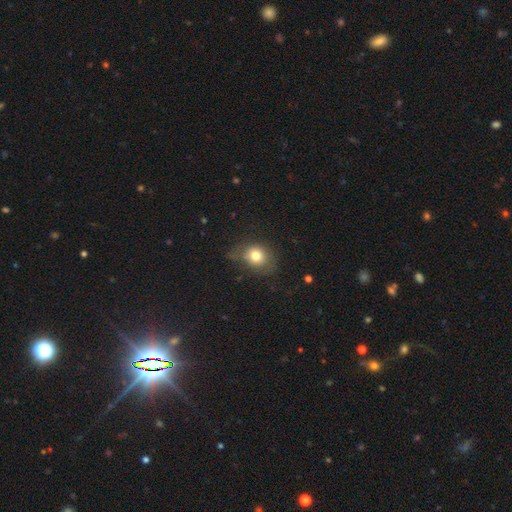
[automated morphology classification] This is likely a smooth galaxy (76%). How rounded: possibly round (59%). Merging: possibly none (56%).